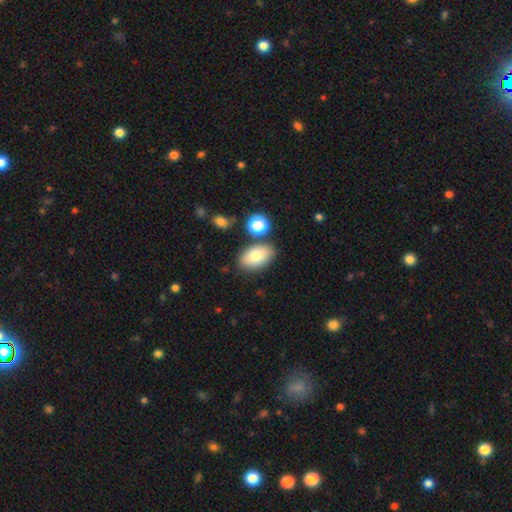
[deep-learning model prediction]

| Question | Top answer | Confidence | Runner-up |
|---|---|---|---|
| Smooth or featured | smooth | 77% | featured or disk (15%) |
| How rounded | in between | 91% | round (7%) |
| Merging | none | 78% | minor disturbance (11%) |